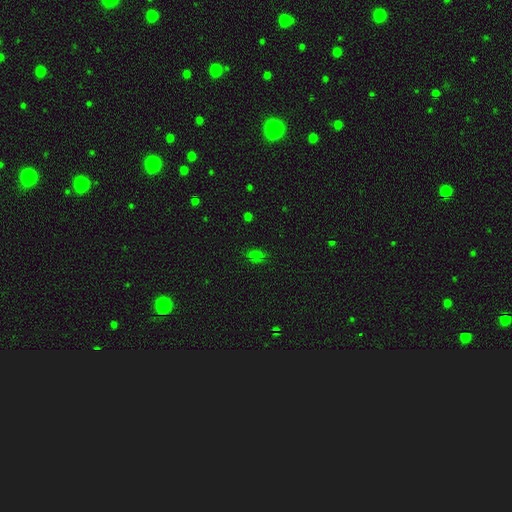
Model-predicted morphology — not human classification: Smooth or featured: smooth — 55% (star or artifact — 37%)
How rounded: in between — 74% (round — 17%)
Merging: none — 76% (minor disturbance — 16%)